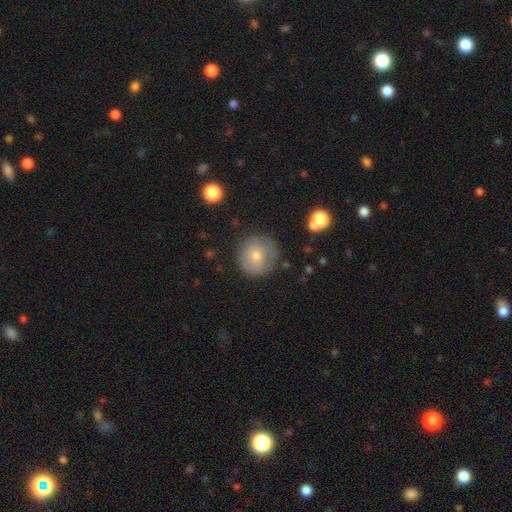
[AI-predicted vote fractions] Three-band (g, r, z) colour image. It shows a smooth galaxy with no disk features (58%) that is round (92%). Merging: none (78%).